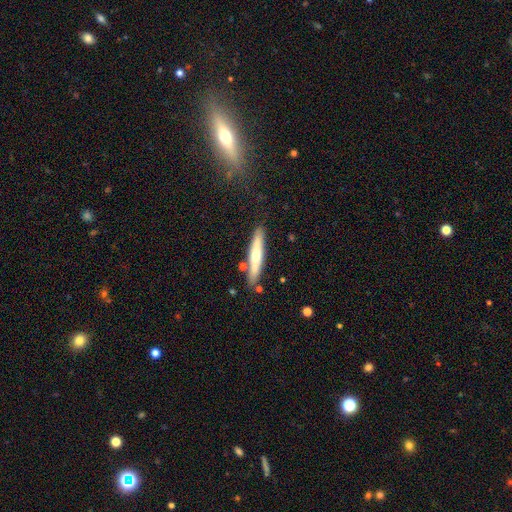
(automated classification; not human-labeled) This appears to be a featured or disk galaxy (48%). Merging: none (82%).